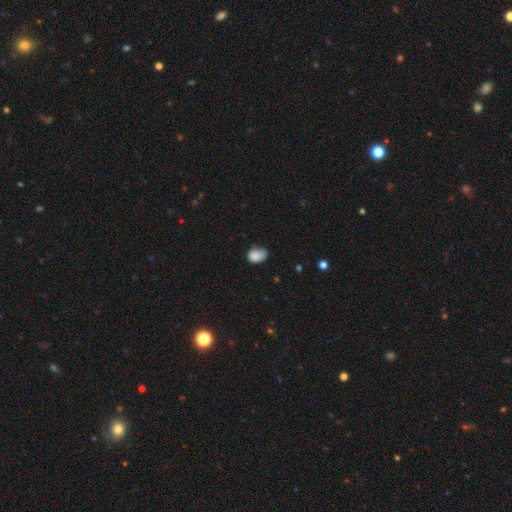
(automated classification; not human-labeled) smooth-or-featured: smooth: 85% | star or artifact: 9% | featured or disk: 6%
  how-rounded: in between: 70% | round: 29% | cigar-shaped: 1%
  merging: none: 49% | minor disturbance: 40% | major disturbance: 8% | merger: 2%